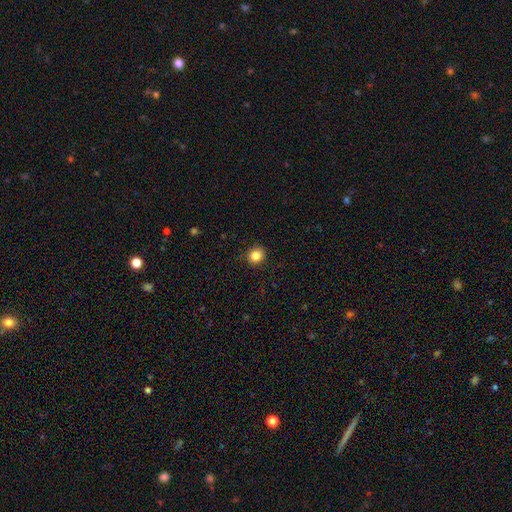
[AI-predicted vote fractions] smooth 85%, star or artifact 11%, featured or disk 4%. Down the decision tree: how rounded — round (85%); merging — none (90%).